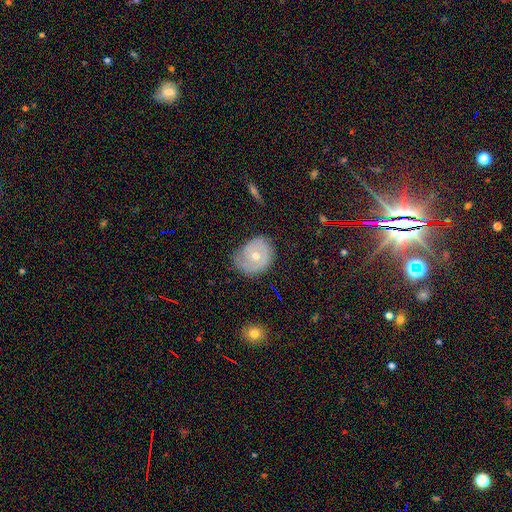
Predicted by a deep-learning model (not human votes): A featured or disk galaxy (51%).

Vote fractions:
- Smooth or featured? featured or disk: 51% / smooth: 40% / star or artifact: 9%
- Edge-on disk? no: 95% / yes: 5%
- Merging? none: 60% / minor disturbance: 29% / major disturbance: 9% / merger: 2%